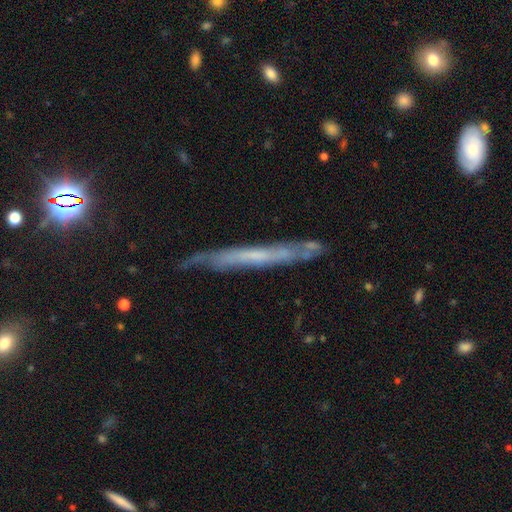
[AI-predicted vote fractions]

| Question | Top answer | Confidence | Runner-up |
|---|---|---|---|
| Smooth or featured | featured or disk | 63% | smooth (28%) |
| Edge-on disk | yes | 82% | no (18%) |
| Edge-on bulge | none | 82% | rounded (11%) |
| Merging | none | 71% | minor disturbance (22%) |